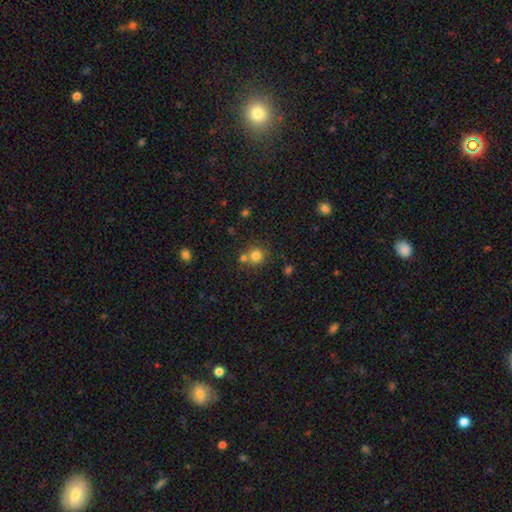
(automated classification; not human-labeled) A smooth galaxy with no disk features (79%) that is round (88%).

Vote fractions:
- Smooth or featured? smooth: 79% / star or artifact: 13% / featured or disk: 8%
- How rounded? round: 88% / in between: 11% / cigar-shaped: 1%
- Merging? none: 61% / merger: 27% / minor disturbance: 9% / major disturbance: 3%